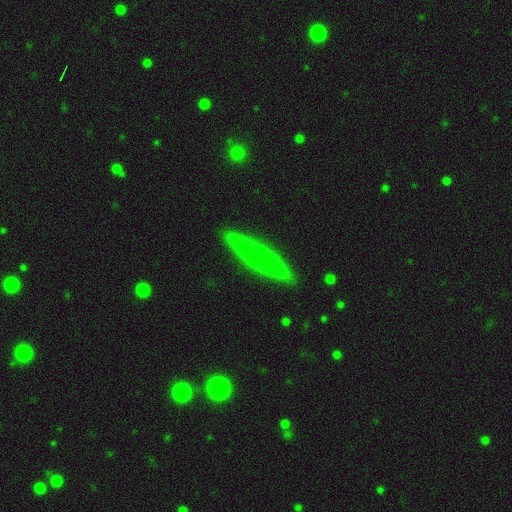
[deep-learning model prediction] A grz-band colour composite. It shows a smooth galaxy with no disk features (64%) that is cigar-shaped (95%). Merging: none (87%).